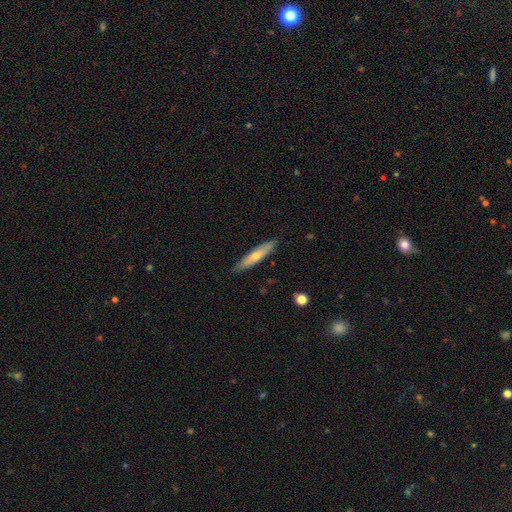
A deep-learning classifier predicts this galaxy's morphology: A smooth galaxy with no disk features (53%) that is cigar-shaped (87%).

Vote fractions:
- Smooth or featured? smooth: 53% / featured or disk: 41% / star or artifact: 6%
- How rounded? cigar-shaped: 87% / in between: 11% / round: 2%
- Merging? none: 87% / minor disturbance: 10% / major disturbance: 2% / merger: 1%